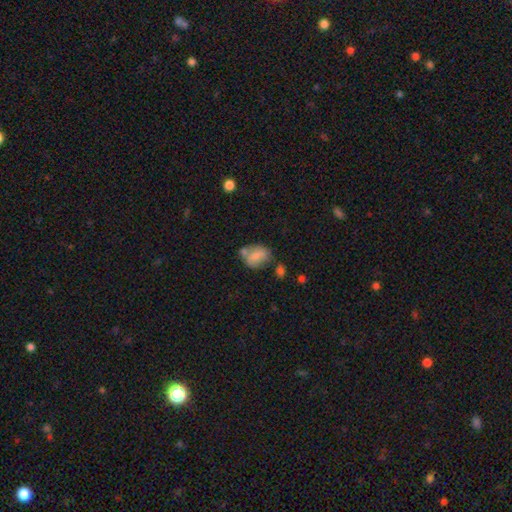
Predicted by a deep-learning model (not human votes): Smooth or featured: smooth — 73% (featured or disk — 18%)
How rounded: in between — 70% (round — 28%)
Merging: none — 48% (merger — 23%)